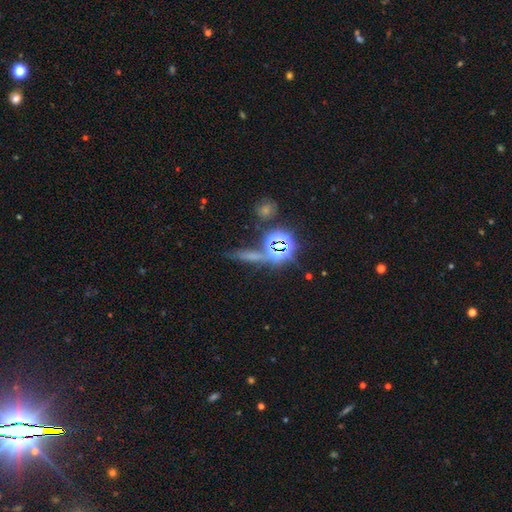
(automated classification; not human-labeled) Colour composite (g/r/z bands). It shows a star or artifact, not a galaxy (61%).